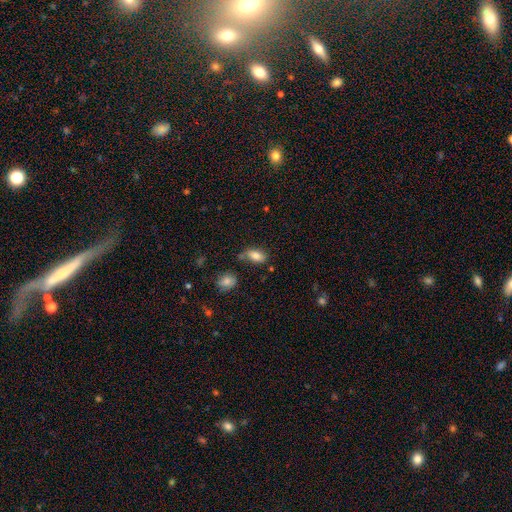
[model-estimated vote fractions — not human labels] Smooth or featured: smooth — 82% (featured or disk — 9%)
How rounded: in between — 89% (round — 6%)
Merging: none — 64% (minor disturbance — 21%)